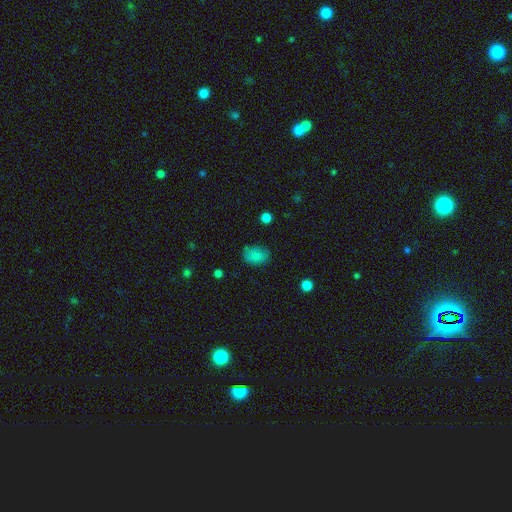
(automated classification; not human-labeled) Smooth or featured? Predicted: smooth (p=0.84). How rounded? Predicted: in between (p=0.75). Merging? Predicted: none (p=0.74).